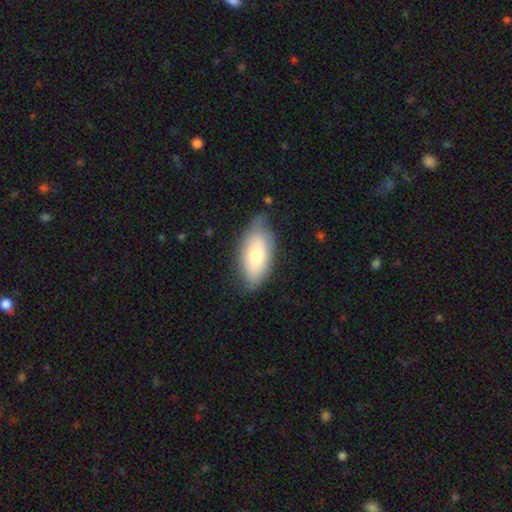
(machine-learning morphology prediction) smooth-or-featured: smooth: 68% | featured or disk: 26% | star or artifact: 6%
  how-rounded: in between: 91% | cigar-shaped: 5% | round: 4%
  merging: none: 64% | minor disturbance: 28% | major disturbance: 6% | merger: 2%